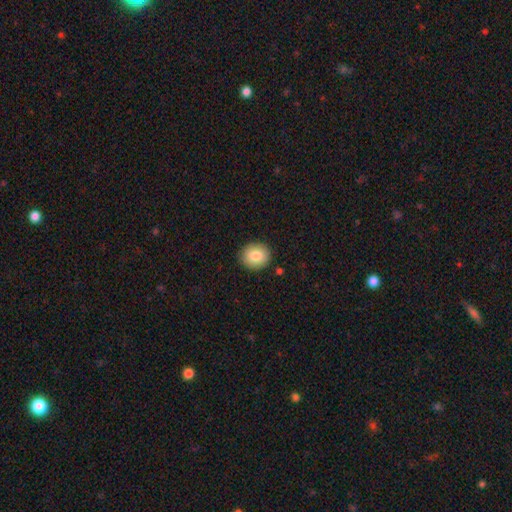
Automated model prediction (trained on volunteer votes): Q: Smooth or featured?
A: smooth (84%); runner-up: featured or disk (8%)
Q: How rounded?
A: round (77%); runner-up: in between (22%)
Q: Merging?
A: none (89%); runner-up: minor disturbance (7%)